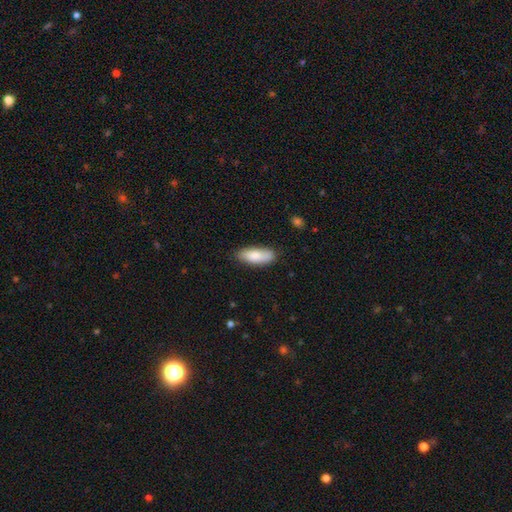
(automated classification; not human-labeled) smooth-or-featured: smooth: 82% | featured or disk: 12% | star or artifact: 6%
  how-rounded: in between: 73% | cigar-shaped: 25% | round: 2%
  merging: none: 80% | minor disturbance: 16% | major disturbance: 3% | merger: 2%